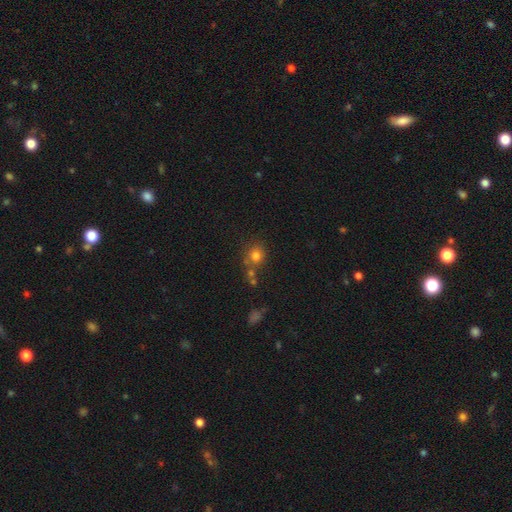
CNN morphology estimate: Smooth or featured? Predicted: smooth (p=0.77). How rounded? Predicted: round (p=0.84). Merging? Predicted: none (p=0.63).